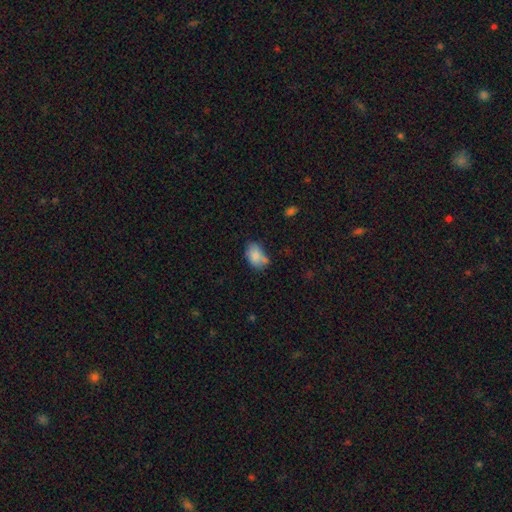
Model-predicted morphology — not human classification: type=smooth (80%); roundness=in between (86%); merging=none (49%).